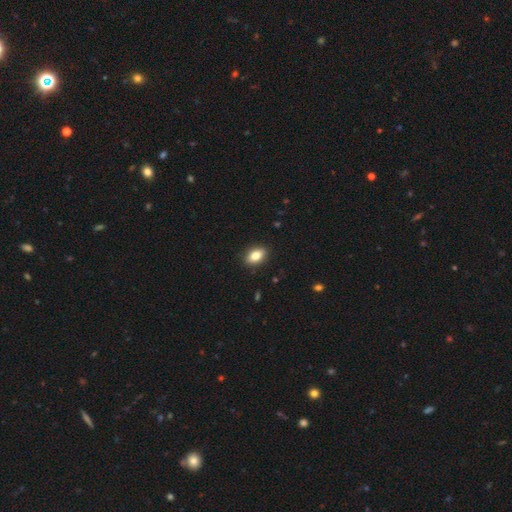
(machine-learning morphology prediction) Overall: smooth (82%). How rounded: in between (86%). Merging: none (89%).